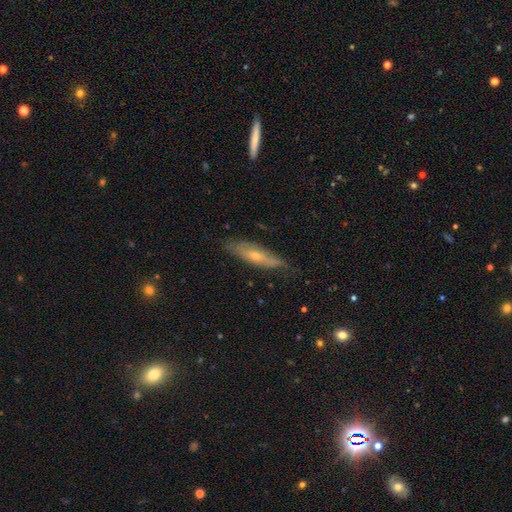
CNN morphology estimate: A featured or disk galaxy (56%) viewed edge-on (68%).

Vote fractions:
- Smooth or featured? featured or disk: 56% / smooth: 37% / star or artifact: 7%
- Edge-on disk? yes: 68% / no: 32%
- Merging? none: 74% / minor disturbance: 21% / major disturbance: 4% / merger: 1%